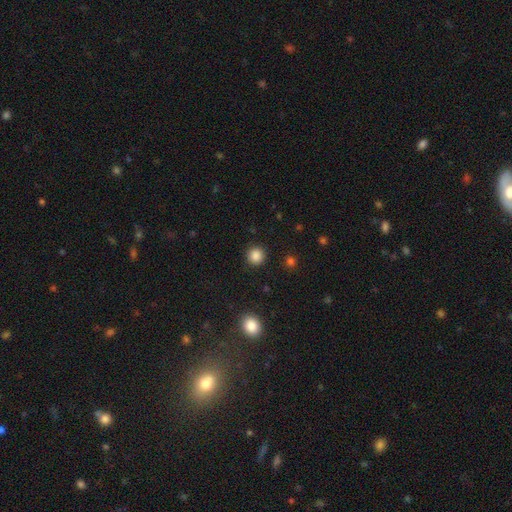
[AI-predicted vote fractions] Smooth or featured?
  - smooth: 86% *
  - star or artifact: 11%
  - featured or disk: 3%
How rounded?
  - round: 94% *
  - in between: 5%
  - cigar-shaped: 1%
Merging?
  - none: 91% *
  - minor disturbance: 5%
  - major disturbance: 2%
  - merger: 1%